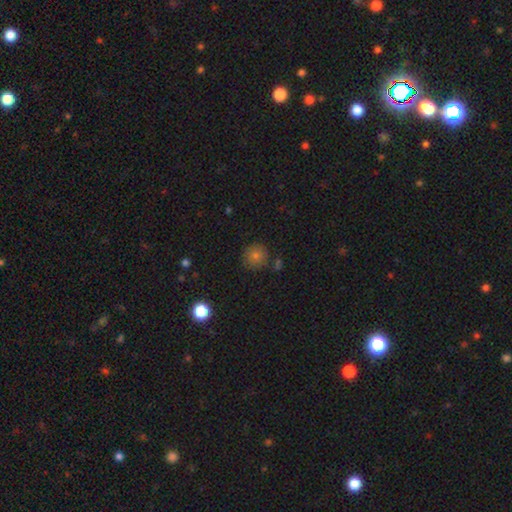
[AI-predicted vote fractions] A smooth galaxy with no disk features (76%) that is round (94%).

Vote fractions:
- Smooth or featured? smooth: 76% / star or artifact: 15% / featured or disk: 9%
- How rounded? round: 94% / in between: 5% / cigar-shaped: 1%
- Merging? none: 83% / minor disturbance: 9% / merger: 5% / major disturbance: 3%